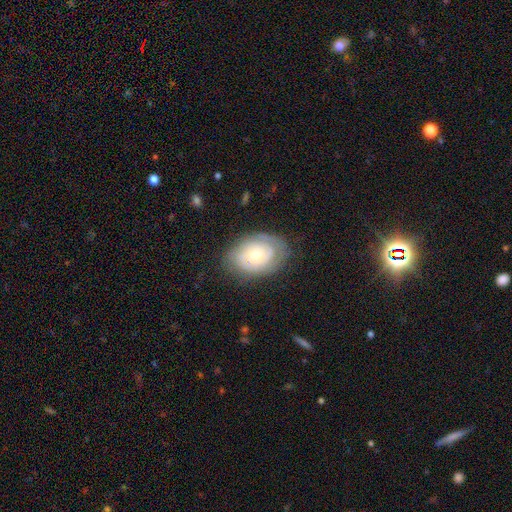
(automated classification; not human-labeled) Q: Smooth or featured?
A: featured or disk (65%); runner-up: smooth (29%)
Q: Edge-on disk?
A: no (95%); runner-up: yes (5%)
Q: Bar?
A: no (78%); runner-up: weak (19%)
Q: Spiral arms?
A: yes (78%); runner-up: no (22%)
Q: Bulge size?
A: moderate (60%); runner-up: small (33%)
Q: Merging?
A: none (72%); runner-up: minor disturbance (20%)